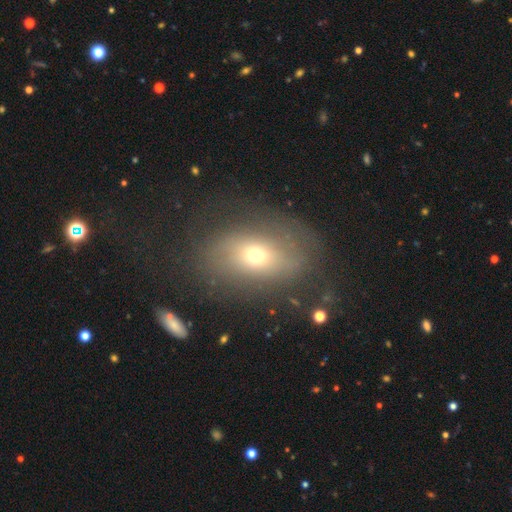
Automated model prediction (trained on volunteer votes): Smooth or featured? Predicted: smooth (p=0.57). How rounded? Predicted: in between (p=0.66). Merging? Predicted: none (p=0.60).